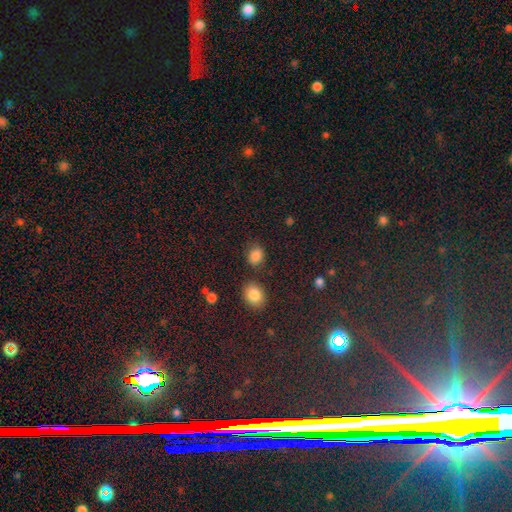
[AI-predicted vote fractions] Q: Smooth or featured?
A: smooth (84%); runner-up: star or artifact (11%)
Q: How rounded?
A: in between (52%); runner-up: round (47%)
Q: Merging?
A: none (76%); runner-up: minor disturbance (13%)